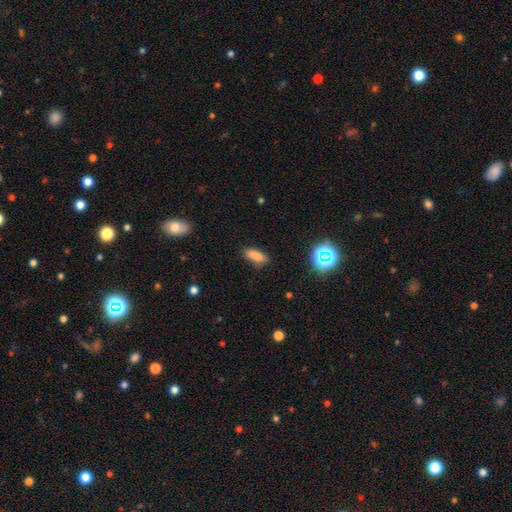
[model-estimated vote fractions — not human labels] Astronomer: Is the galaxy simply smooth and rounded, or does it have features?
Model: smooth — 82%.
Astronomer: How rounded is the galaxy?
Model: in between — 73%.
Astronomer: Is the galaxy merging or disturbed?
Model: none — 83%.